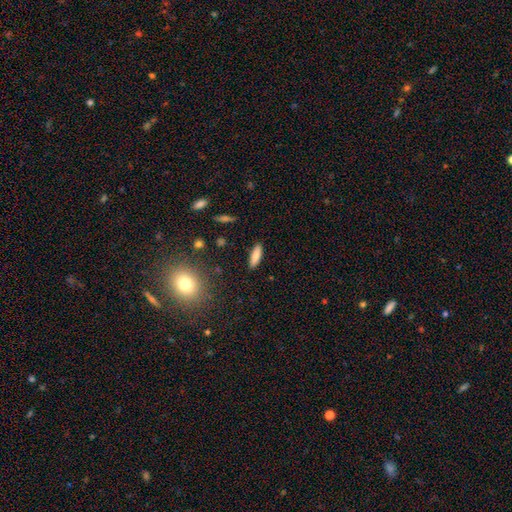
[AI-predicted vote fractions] smooth 81%, featured or disk 12%, star or artifact 8%. Down the decision tree: how rounded — in between (50%); merging — none (88%).